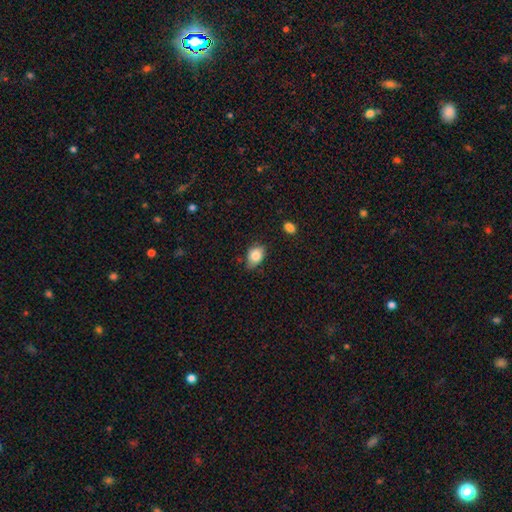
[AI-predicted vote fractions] The model was most divided on "merging": none: 69%, minor disturbance: 25%, major disturbance: 4%, merger: 2%. More confident: smooth or featured — smooth (83%); how rounded — in between (80%).